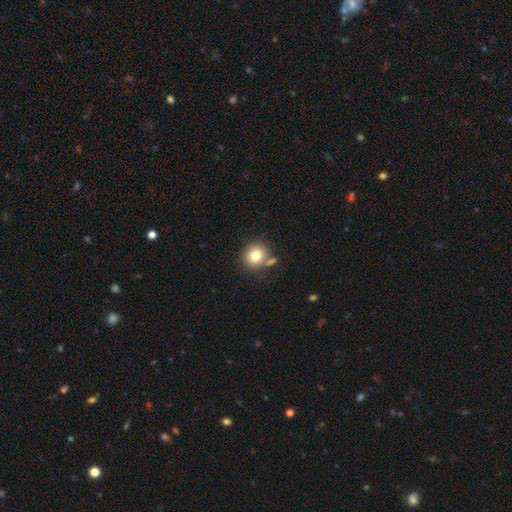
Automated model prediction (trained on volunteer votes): Smooth or featured? smooth (78%)
How rounded? round (86%)
Merging? none (66%)